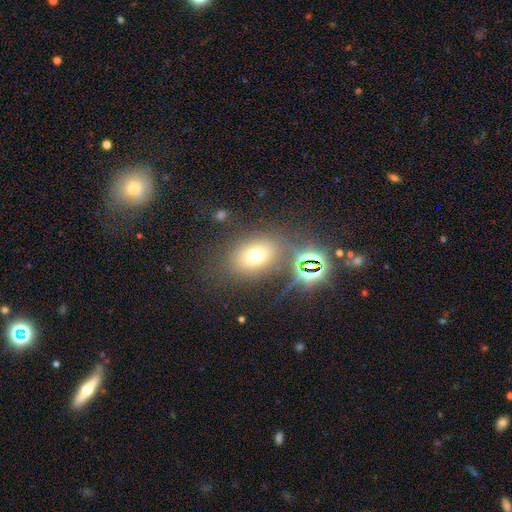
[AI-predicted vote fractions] Q: Smooth or featured?
A: smooth (62%); runner-up: star or artifact (24%)
Q: How rounded?
A: in between (69%); runner-up: round (29%)
Q: Merging?
A: none (72%); runner-up: minor disturbance (13%)